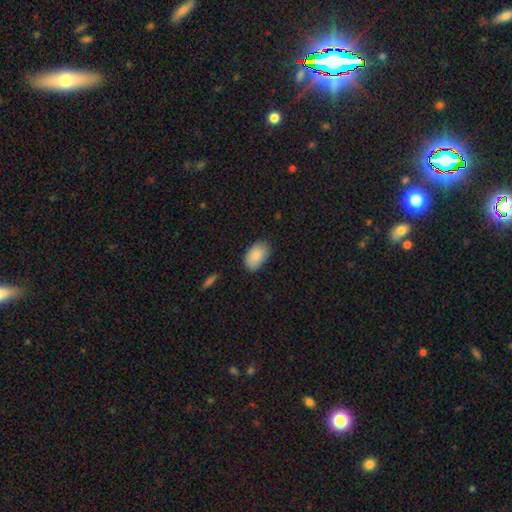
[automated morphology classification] Smooth or featured?
  - smooth: 87% *
  - featured or disk: 7%
  - star or artifact: 6%
How rounded?
  - in between: 92% *
  - round: 7%
  - cigar-shaped: 1%
Merging?
  - none: 82% *
  - minor disturbance: 14%
  - major disturbance: 3%
  - merger: 1%